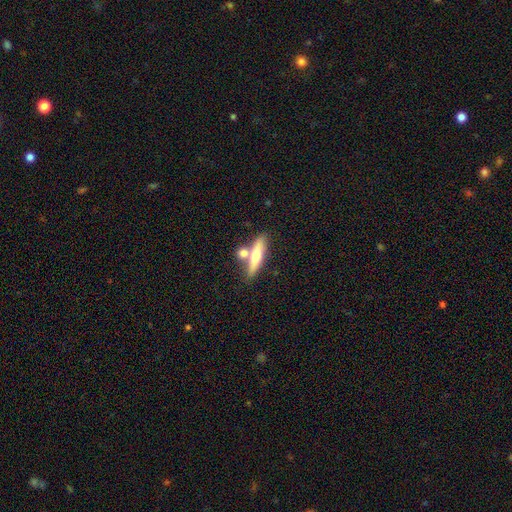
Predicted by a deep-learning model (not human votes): The model was most divided on "smooth or featured": smooth: 48%, featured or disk: 45%, star or artifact: 6%. More confident: merging — none (60%).